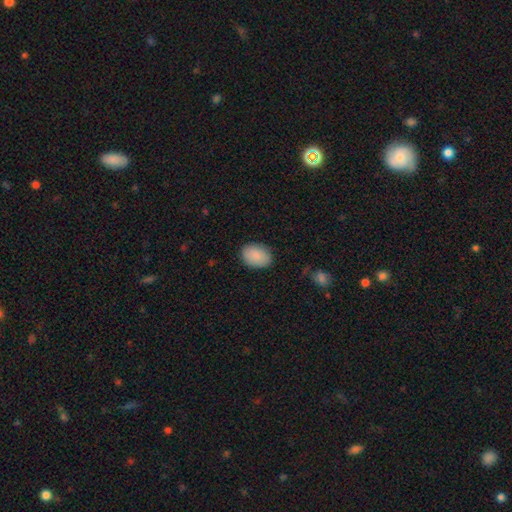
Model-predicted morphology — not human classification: A smooth galaxy with no disk features (90%) that is in between round and cigar-shaped (75%).

Vote fractions:
- Smooth or featured? smooth: 90% / star or artifact: 7% / featured or disk: 4%
- How rounded? in between: 75% / round: 24% / cigar-shaped: 1%
- Merging? none: 87% / minor disturbance: 10% / major disturbance: 2% / merger: 1%